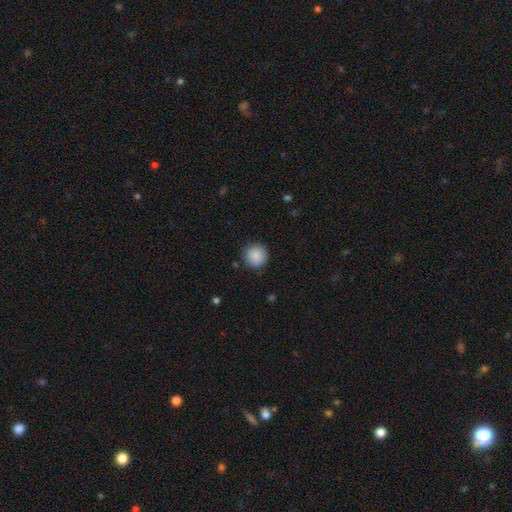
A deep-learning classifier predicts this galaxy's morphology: Smooth or featured: smooth — 89% (star or artifact — 8%)
How rounded: round — 94% (in between — 5%)
Merging: none — 89% (minor disturbance — 8%)